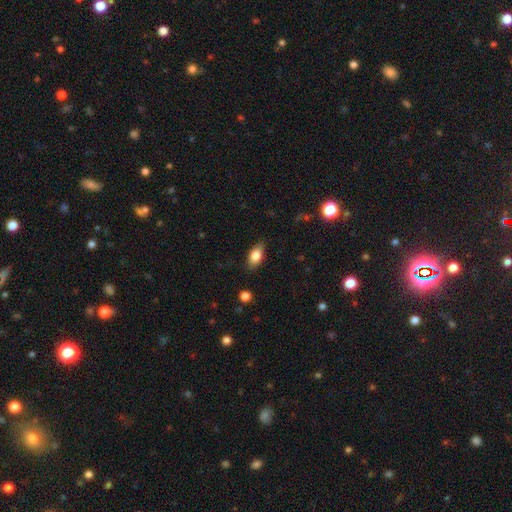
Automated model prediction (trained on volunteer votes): Q: Smooth or featured?
A: smooth (80%); runner-up: featured or disk (13%)
Q: How rounded?
A: in between (87%); runner-up: cigar-shaped (7%)
Q: Merging?
A: none (82%); runner-up: minor disturbance (14%)